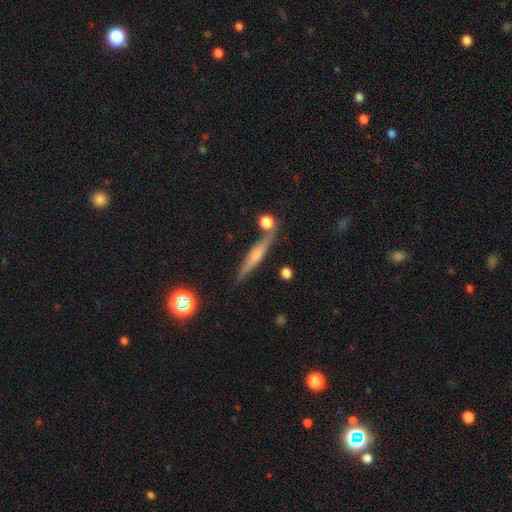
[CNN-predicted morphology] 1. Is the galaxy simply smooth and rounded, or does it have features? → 57% featured or disk, 34% smooth, 9% star or artifact.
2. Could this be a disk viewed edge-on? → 95% yes, 5% no.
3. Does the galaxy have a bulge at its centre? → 67% rounded, 20% none, 13% boxy.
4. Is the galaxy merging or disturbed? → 79% none, 11% minor disturbance, 7% merger, 3% major disturbance.